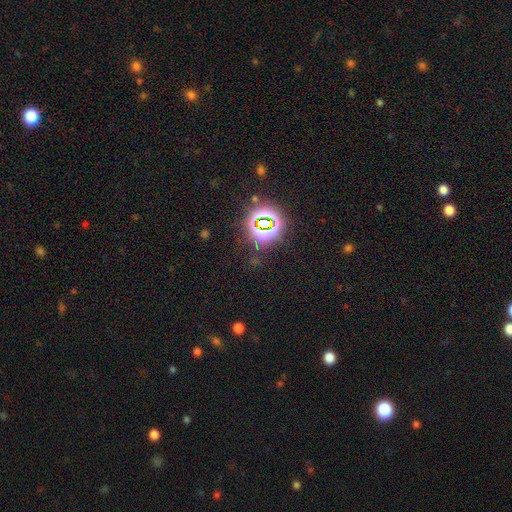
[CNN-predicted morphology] Smooth or featured? star or artifact (78%)